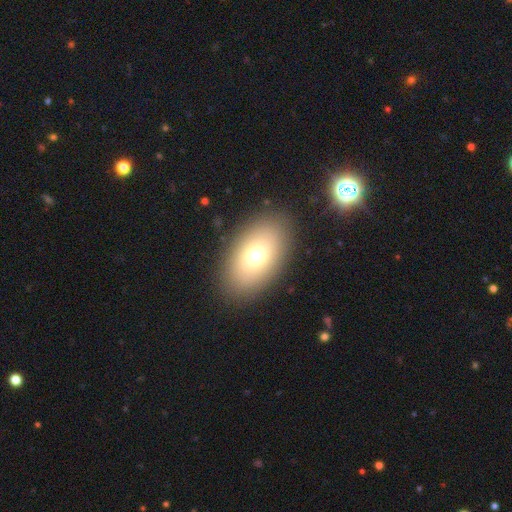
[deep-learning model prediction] Smooth or featured? Predicted: smooth (p=0.71). How rounded? Predicted: in between (p=0.87). Merging? Predicted: none (p=0.86).